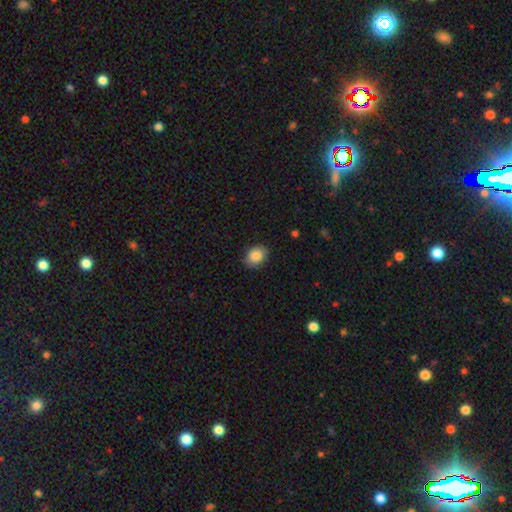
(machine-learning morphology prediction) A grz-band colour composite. It shows a smooth galaxy with no disk features (87%) that is in between round and cigar-shaped (64%). Merging: none (85%).